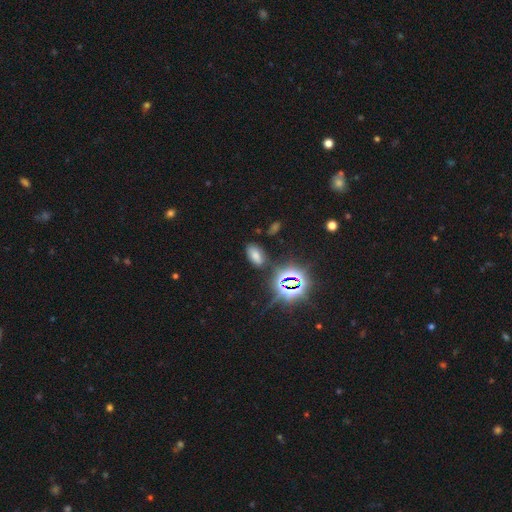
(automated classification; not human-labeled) The model was most divided on "smooth or featured": smooth: 57%, star or artifact: 35%, featured or disk: 8%. More confident: how rounded — in between (91%); merging — none (81%).